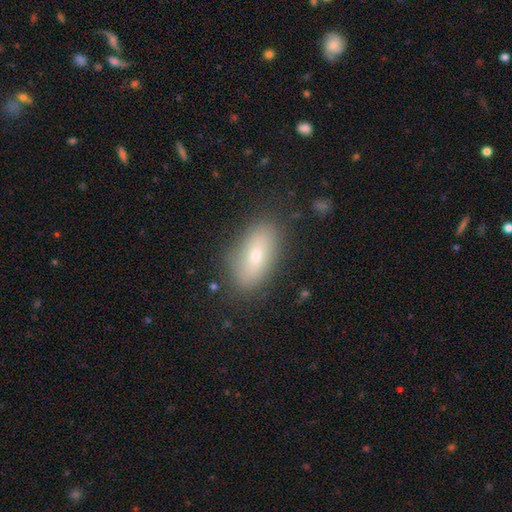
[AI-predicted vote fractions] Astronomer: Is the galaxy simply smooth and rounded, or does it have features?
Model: smooth — 64%.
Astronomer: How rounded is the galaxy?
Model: in between — 87%.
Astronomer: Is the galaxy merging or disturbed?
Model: none — 83%.